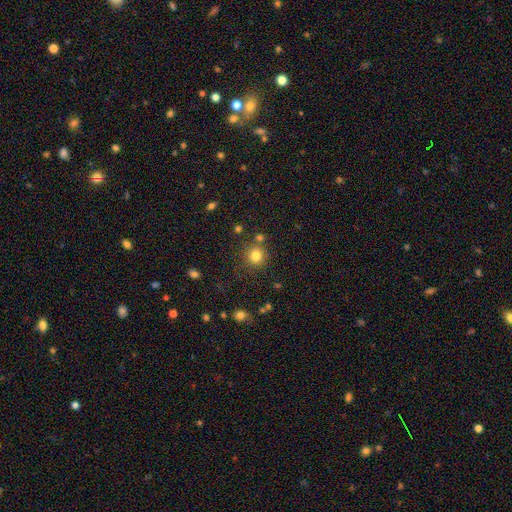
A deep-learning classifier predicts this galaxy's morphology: Overall: smooth (81%). How rounded: round (91%). Merging: none (79%).